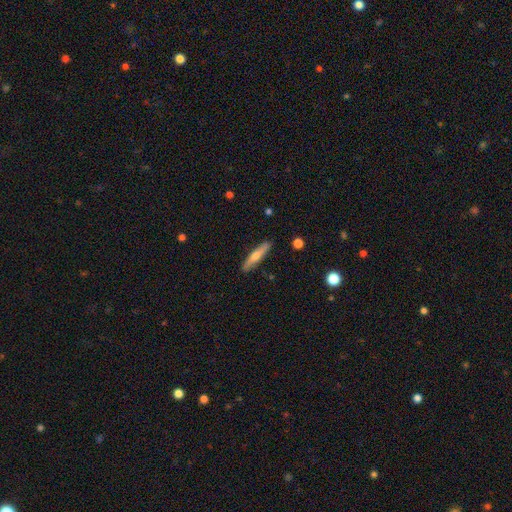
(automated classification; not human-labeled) smooth 50%, featured or disk 45%, star or artifact 6%. Down the decision tree: merging — none (88%).